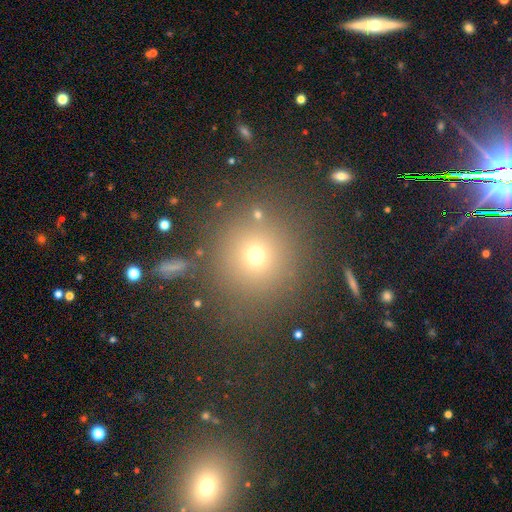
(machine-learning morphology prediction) type=smooth (64%); roundness=round (91%); merging=none (84%).